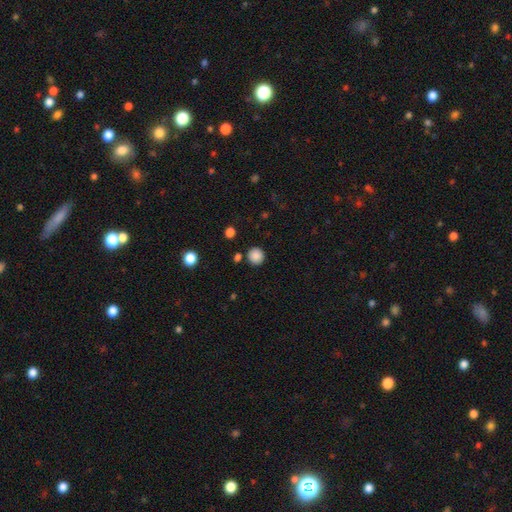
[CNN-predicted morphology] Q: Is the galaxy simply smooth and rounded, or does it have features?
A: smooth — 86%.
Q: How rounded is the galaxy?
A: round — 91%.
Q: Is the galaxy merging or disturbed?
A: none — 85%.